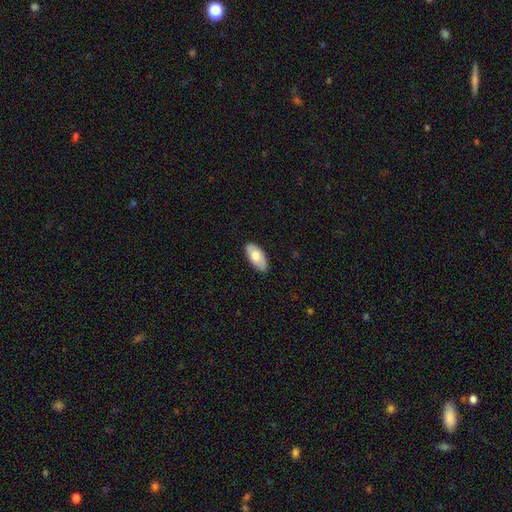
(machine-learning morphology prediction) Smooth or featured? Predicted: smooth (p=0.74). How rounded? Predicted: in between (p=0.93). Merging? Predicted: none (p=0.85).